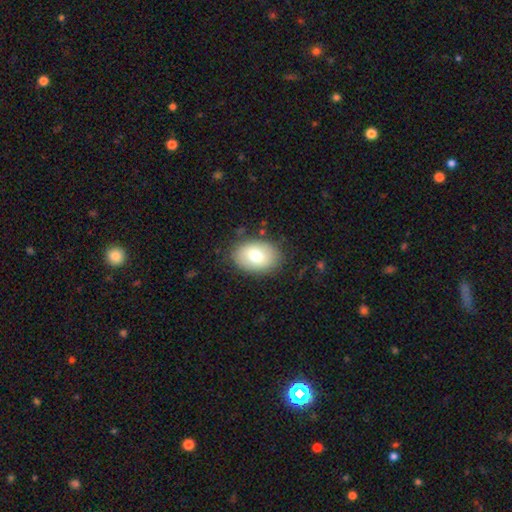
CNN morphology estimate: smooth_or_featured: smooth (p=0.73) [alt: featured or disk p=0.19]
how_rounded: in between (p=0.78) [alt: round p=0.21]
merging: none (p=0.84) [alt: minor disturbance p=0.11]